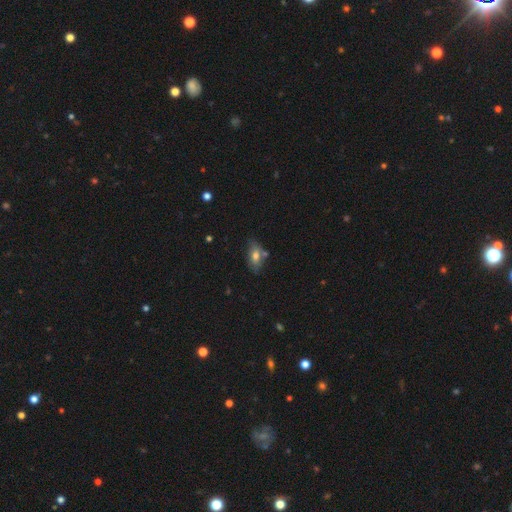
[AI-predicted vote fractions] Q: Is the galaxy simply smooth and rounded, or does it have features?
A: smooth — 66%.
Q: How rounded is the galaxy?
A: in between — 85%.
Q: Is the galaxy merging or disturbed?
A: none — 66%.